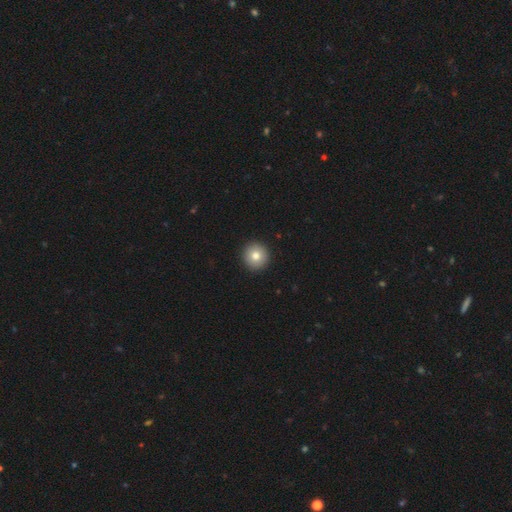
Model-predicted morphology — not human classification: smooth-or-featured: smooth: 79% | featured or disk: 11% | star or artifact: 10%
  how-rounded: round: 95% | in between: 4% | cigar-shaped: 1%
  merging: none: 94% | minor disturbance: 4% | major disturbance: 1% | merger: 1%